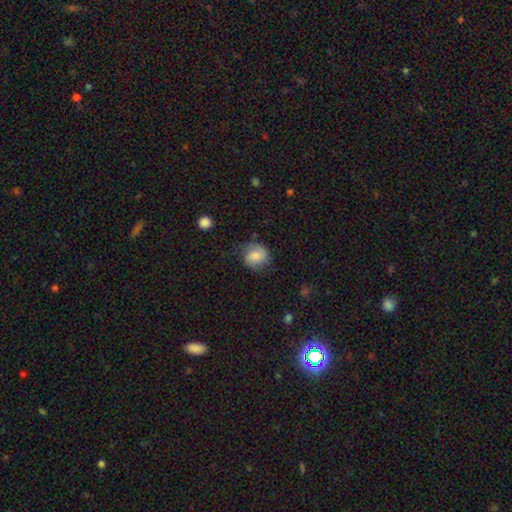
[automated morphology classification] Q: Smooth or featured?
A: smooth (61%); runner-up: featured or disk (31%)
Q: How rounded?
A: round (70%); runner-up: in between (29%)
Q: Merging?
A: none (61%); runner-up: minor disturbance (25%)